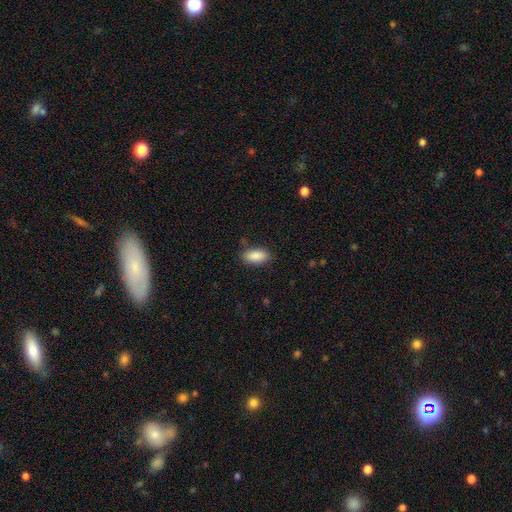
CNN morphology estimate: This appears to be a smooth galaxy with no disk features (89%) that is in between round and cigar-shaped (91%). Merging: none (82%).